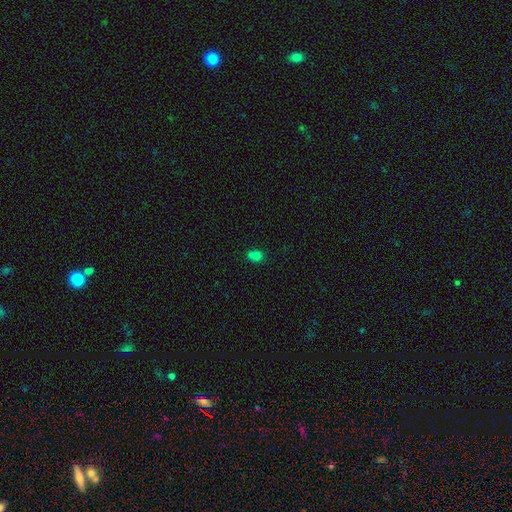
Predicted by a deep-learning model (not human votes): This appears to be a smooth galaxy with no disk features (76%) that is in between round and cigar-shaped (67%). Merging: none (69%).